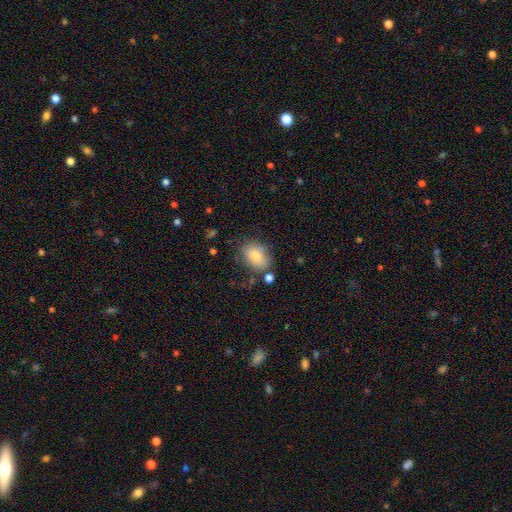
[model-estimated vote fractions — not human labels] This appears to be a smooth galaxy with no disk features (80%) that is in between round and cigar-shaped (81%). Merging: none (73%).